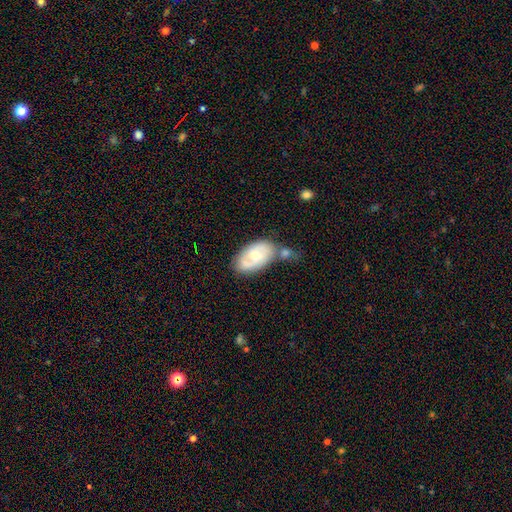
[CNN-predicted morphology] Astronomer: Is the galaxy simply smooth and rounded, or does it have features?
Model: featured or disk — 54% (runner-up: smooth, 40%).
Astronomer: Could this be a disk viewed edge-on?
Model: no — 95%.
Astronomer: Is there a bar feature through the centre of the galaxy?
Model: no — 61%.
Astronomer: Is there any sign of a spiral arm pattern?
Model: yes — 72%.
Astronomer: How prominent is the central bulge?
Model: moderate — 58% (runner-up: small, 35%).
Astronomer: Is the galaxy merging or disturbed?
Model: none — 42% (runner-up: merger, 31%).